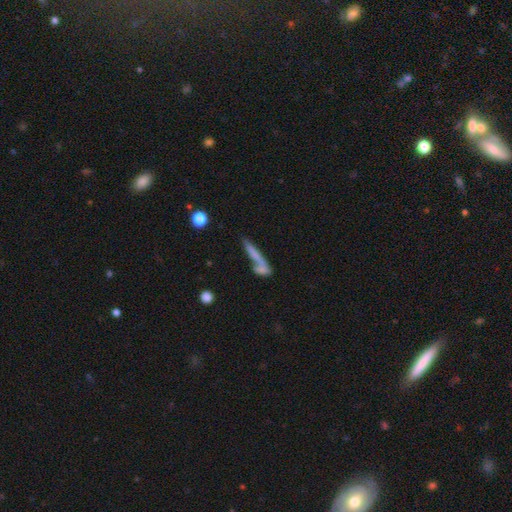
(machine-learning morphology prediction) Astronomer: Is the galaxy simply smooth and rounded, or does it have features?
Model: smooth — 61%.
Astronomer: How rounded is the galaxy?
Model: cigar-shaped — 83%.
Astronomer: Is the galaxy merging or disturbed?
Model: merger — 41% (runner-up: none, 38%).